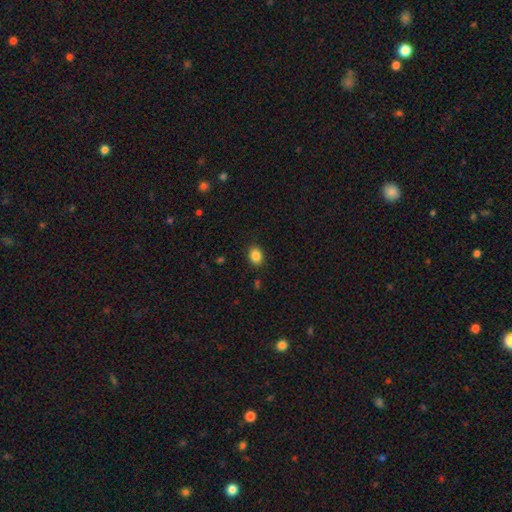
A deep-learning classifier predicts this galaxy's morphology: Q: Smooth or featured?
A: smooth (86%); runner-up: star or artifact (9%)
Q: How rounded?
A: in between (62%); runner-up: round (37%)
Q: Merging?
A: none (88%); runner-up: minor disturbance (8%)